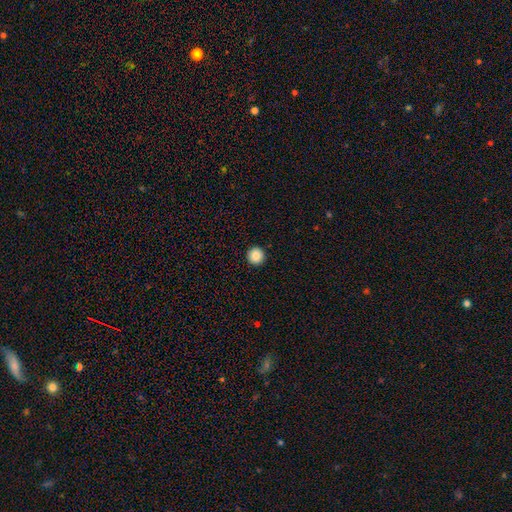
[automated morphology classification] Smooth or featured?
  - smooth: 87% *
  - star or artifact: 9%
  - featured or disk: 4%
How rounded?
  - round: 96% *
  - in between: 3%
  - cigar-shaped: 1%
Merging?
  - none: 94% *
  - minor disturbance: 4%
  - major disturbance: 1%
  - merger: 1%